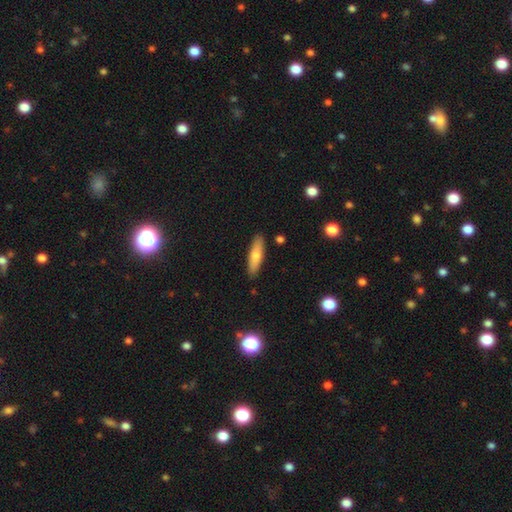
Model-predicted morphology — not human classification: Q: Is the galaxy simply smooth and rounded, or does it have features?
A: smooth — 71%.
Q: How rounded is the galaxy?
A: cigar-shaped — 66%.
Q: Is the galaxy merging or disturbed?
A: none — 88%.